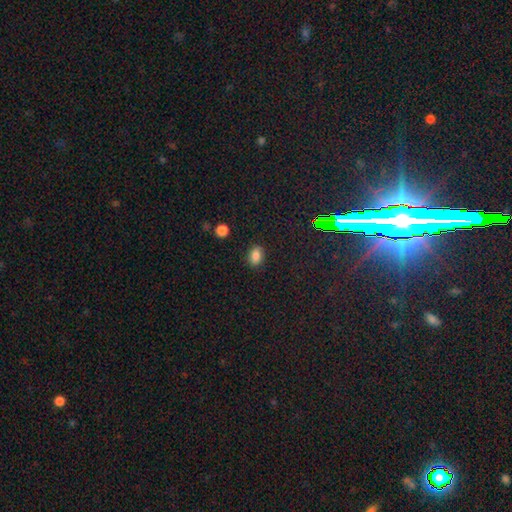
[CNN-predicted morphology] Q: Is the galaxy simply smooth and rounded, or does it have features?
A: smooth — 82%.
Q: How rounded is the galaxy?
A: in between — 77%.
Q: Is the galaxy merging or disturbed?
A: none — 86%.